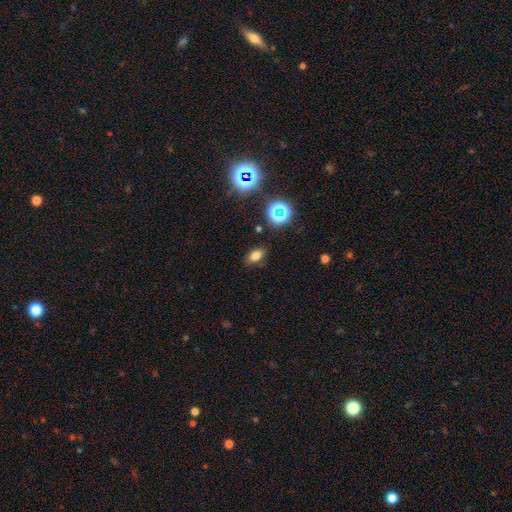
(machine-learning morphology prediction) A smooth galaxy with no disk features (72%) that is in between round and cigar-shaped (83%). Merging: none (83%).